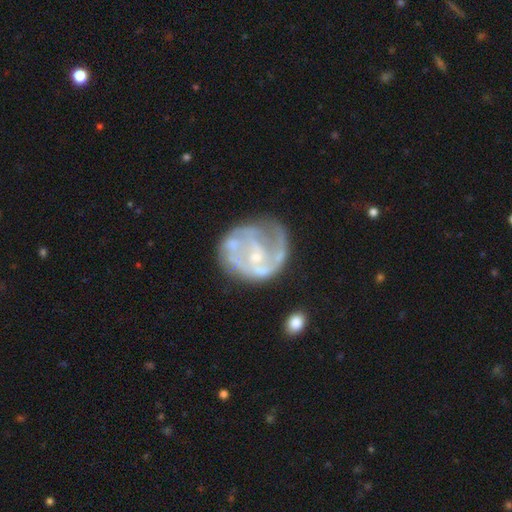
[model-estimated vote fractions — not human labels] featured or disk 79%, smooth 15%, star or artifact 6%. Down the decision tree: edge-on disk — no (98%); bar — no (64%); spiral arms — yes (75%); spiral arm count — can't tell (36%); spiral winding — tight (45%); bulge size — small (58%); merging — none (53%).